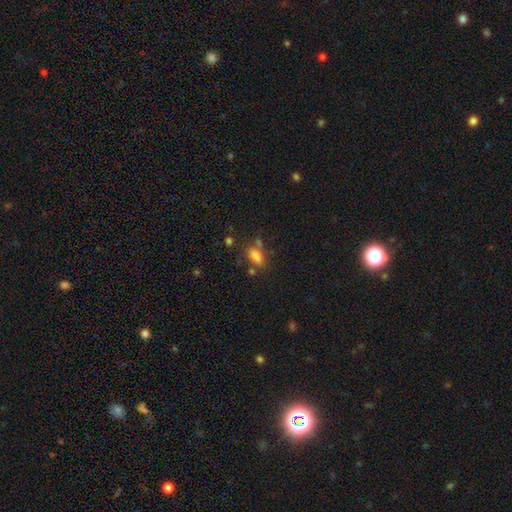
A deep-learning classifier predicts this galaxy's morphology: Smooth or featured? smooth (77%)
How rounded? in between (83%)
Merging? none (57%)